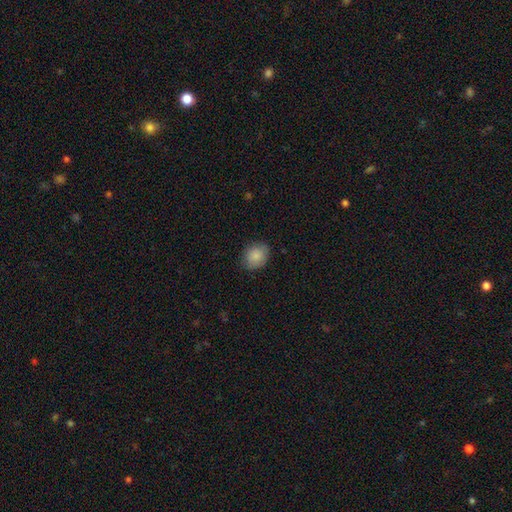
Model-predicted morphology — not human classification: smooth 87%, star or artifact 7%, featured or disk 6%. Down the decision tree: how rounded — round (55%); merging — none (81%).